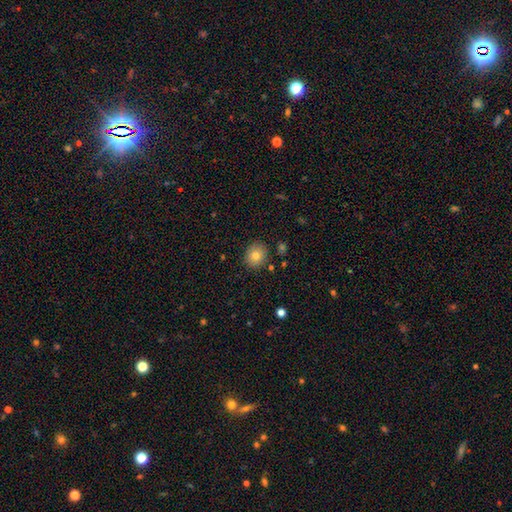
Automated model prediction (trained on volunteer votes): Smooth or featured? Predicted: smooth (p=0.78). How rounded? Predicted: round (p=0.78). Merging? Predicted: none (p=0.87).